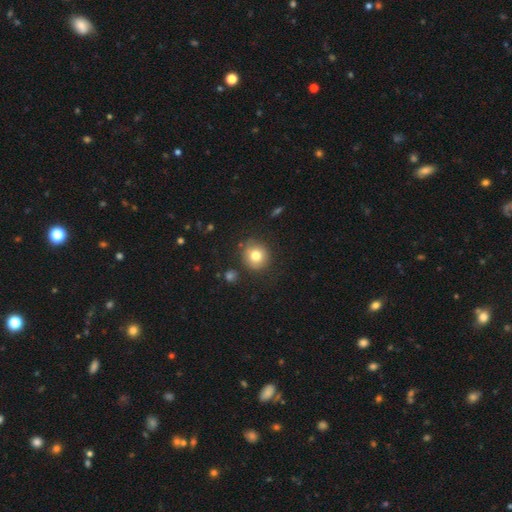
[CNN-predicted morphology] A smooth galaxy with no disk features (78%) that is round (90%). Merging: none (83%).